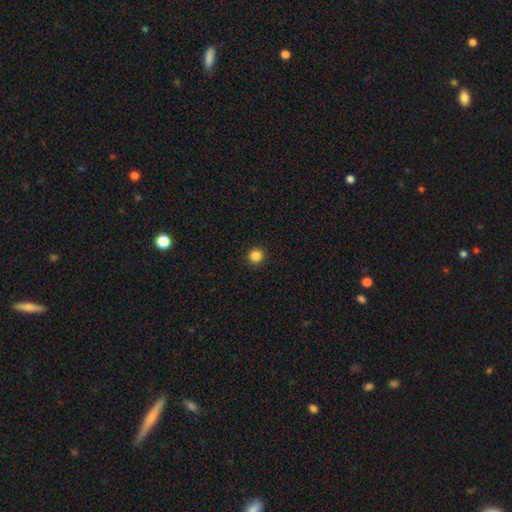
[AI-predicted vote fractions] A smooth galaxy with no disk features (85%) that is round (95%). Merging: none (93%).